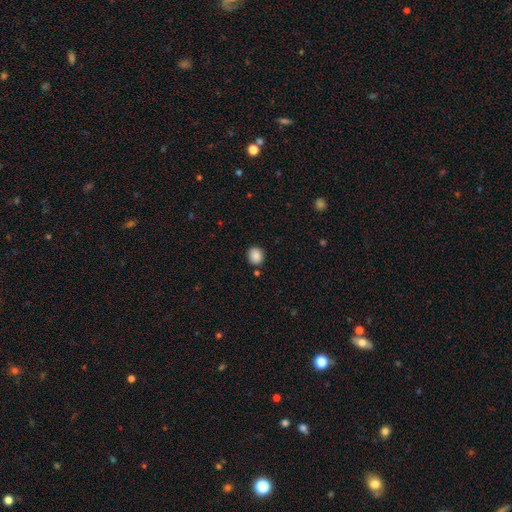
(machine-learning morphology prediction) Smooth or featured? Predicted: smooth (p=0.88). How rounded? Predicted: round (p=0.75). Merging? Predicted: none (p=0.86).